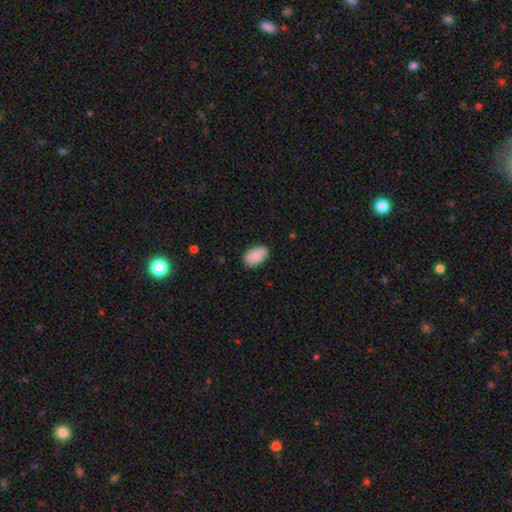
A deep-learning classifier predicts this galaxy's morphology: Overall: smooth (90%). How rounded: in between (93%). Merging: none (85%).